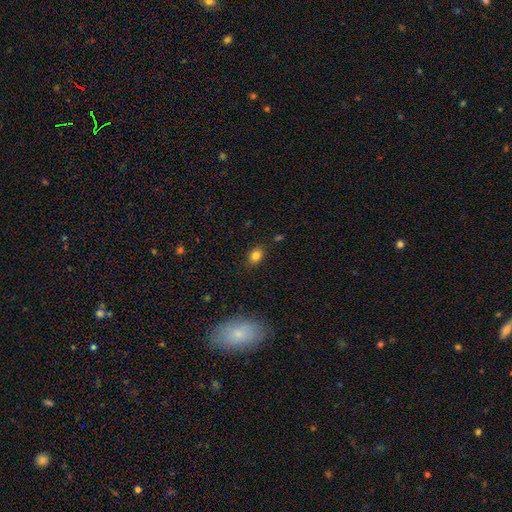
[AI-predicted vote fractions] smooth_or_featured: smooth (p=0.82) [alt: star or artifact p=0.11]
how_rounded: in between (p=0.67) [alt: round p=0.32]
merging: none (p=0.83) [alt: minor disturbance p=0.12]